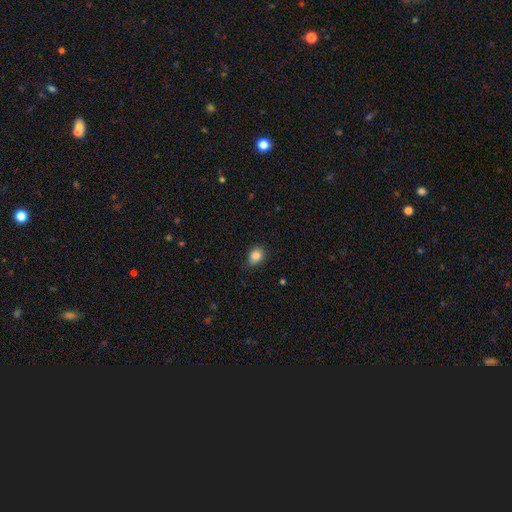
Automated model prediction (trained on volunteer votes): Smooth or featured?
  - smooth: 86% *
  - star or artifact: 9%
  - featured or disk: 5%
How rounded?
  - in between: 53% *
  - round: 46%
  - cigar-shaped: 1%
Merging?
  - none: 78% *
  - minor disturbance: 18%
  - major disturbance: 3%
  - merger: 1%